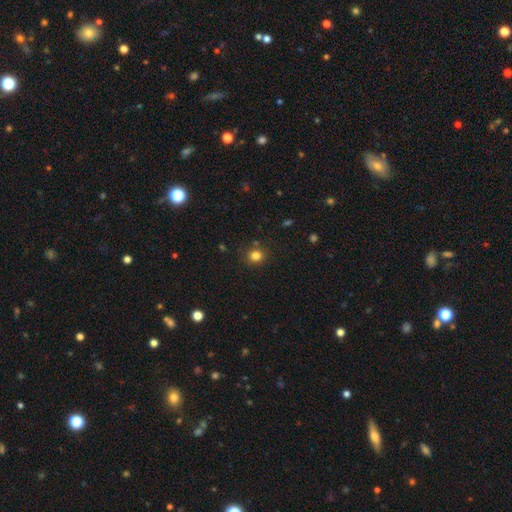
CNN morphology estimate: type=smooth (82%); roundness=round (81%); merging=none (84%).